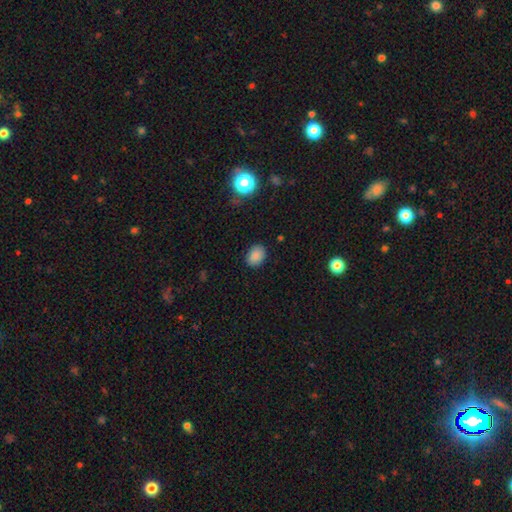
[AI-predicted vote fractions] Overall: smooth (86%). How rounded: in between (63%; round 36%). Merging: none (86%).